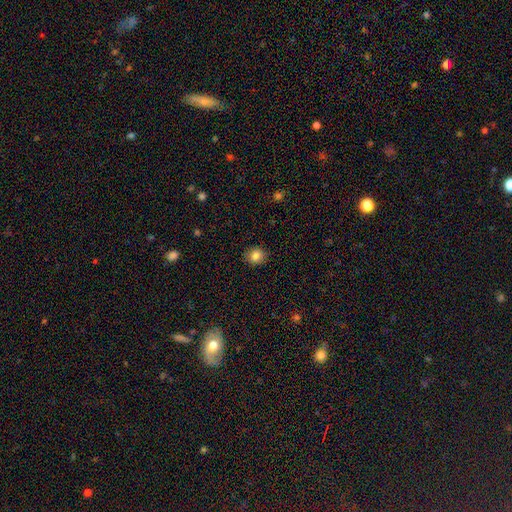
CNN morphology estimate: Smooth or featured: smooth — 84% (star or artifact — 10%)
How rounded: round — 68% (in between — 31%)
Merging: none — 89% (minor disturbance — 8%)